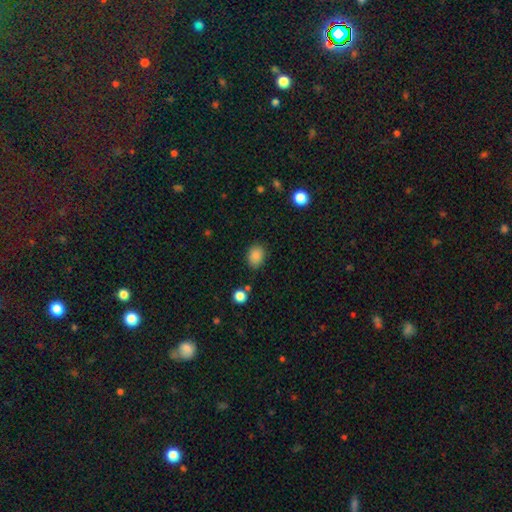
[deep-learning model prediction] The model was most divided on "how rounded": in between: 66%, round: 33%, cigar-shaped: 1%. More confident: smooth or featured — smooth (87%); merging — none (80%).